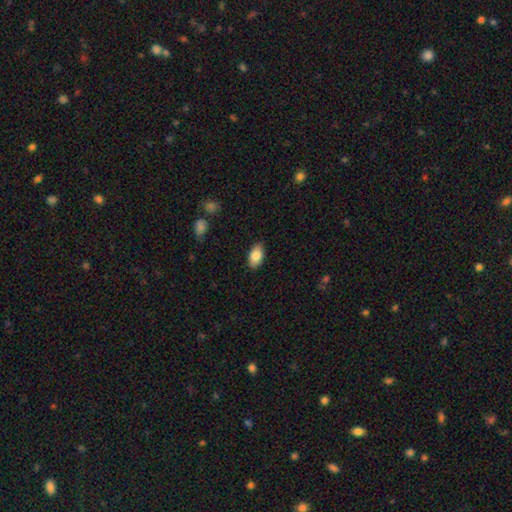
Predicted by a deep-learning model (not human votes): Q: Smooth or featured?
A: smooth (85%); runner-up: featured or disk (8%)
Q: How rounded?
A: in between (93%); runner-up: round (4%)
Q: Merging?
A: none (87%); runner-up: minor disturbance (10%)